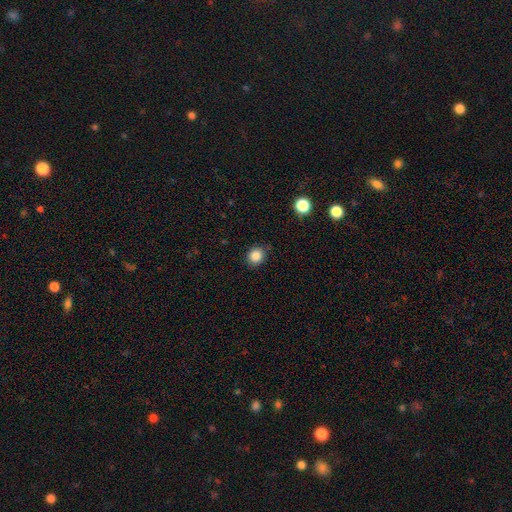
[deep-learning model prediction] Smooth or featured: smooth — 86% (star or artifact — 11%)
How rounded: round — 82% (in between — 17%)
Merging: none — 82% (minor disturbance — 14%)